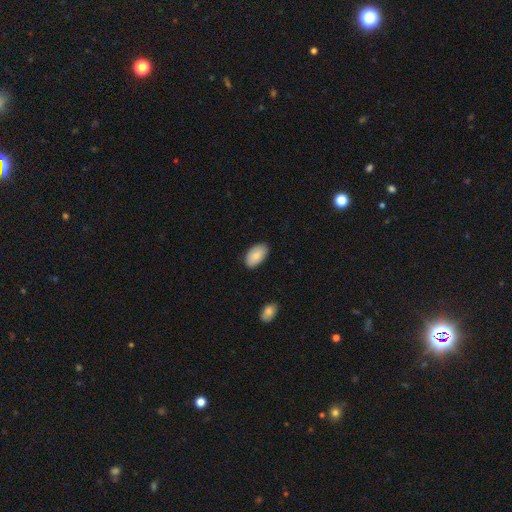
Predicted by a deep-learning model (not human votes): Smooth or featured?
  - smooth: 87% *
  - featured or disk: 7%
  - star or artifact: 6%
How rounded?
  - in between: 95% *
  - round: 3%
  - cigar-shaped: 1%
Merging?
  - none: 84% *
  - minor disturbance: 13%
  - major disturbance: 2%
  - merger: 1%